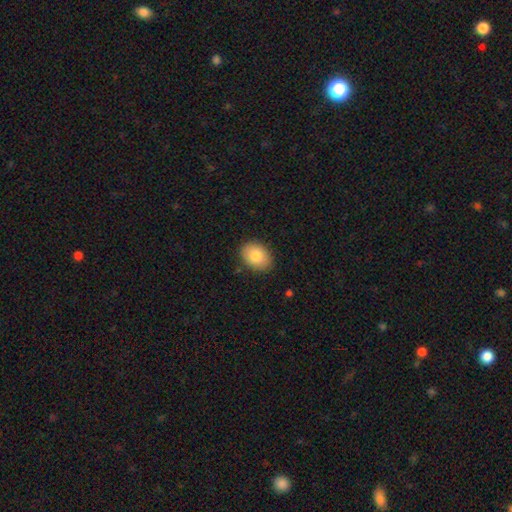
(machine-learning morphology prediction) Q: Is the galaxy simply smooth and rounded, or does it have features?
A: smooth — 82%.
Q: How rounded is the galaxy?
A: in between — 72%.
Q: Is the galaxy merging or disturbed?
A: none — 86%.